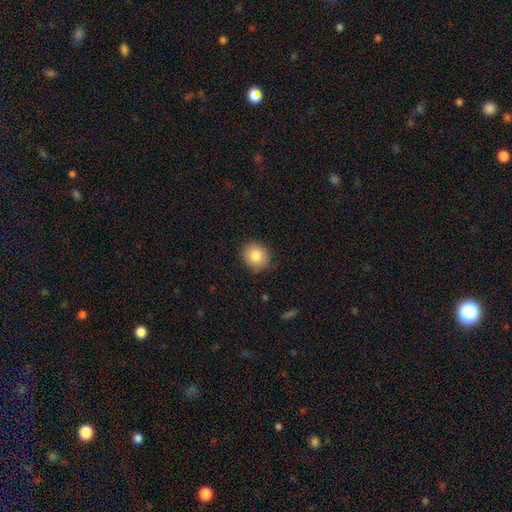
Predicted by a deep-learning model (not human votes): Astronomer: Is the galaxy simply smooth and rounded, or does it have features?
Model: smooth — 82%.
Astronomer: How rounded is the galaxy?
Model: round — 80%.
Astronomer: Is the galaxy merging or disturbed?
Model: none — 87%.